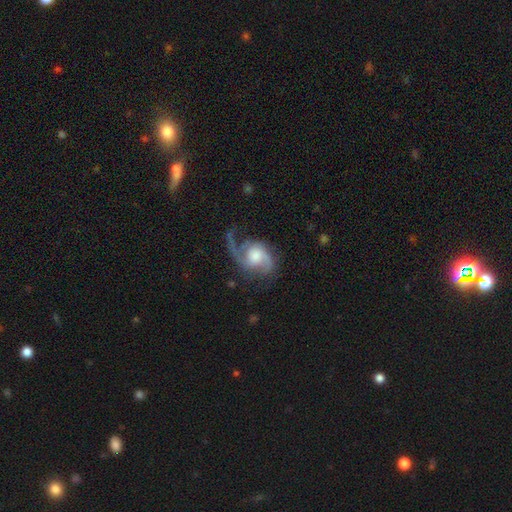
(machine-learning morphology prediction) Overall: featured or disk (85%). Edge-on disk: no (98%). Bar: no (61%; weak 33%). Spiral arms: yes (96%). Spiral arm count: 2 (74%). Spiral winding: medium (44%; loose 43%). Bulge size: moderate (48%; large 28%). Merging: none (49%; major disturbance 27%).